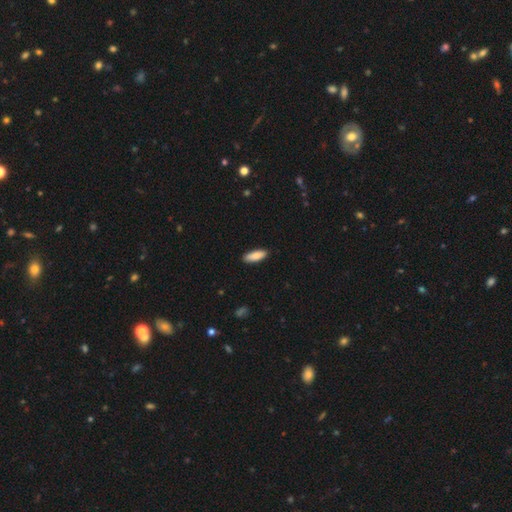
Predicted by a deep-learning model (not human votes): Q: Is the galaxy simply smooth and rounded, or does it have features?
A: smooth — 87%.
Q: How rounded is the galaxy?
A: in between — 60%.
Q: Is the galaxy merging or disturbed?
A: none — 88%.